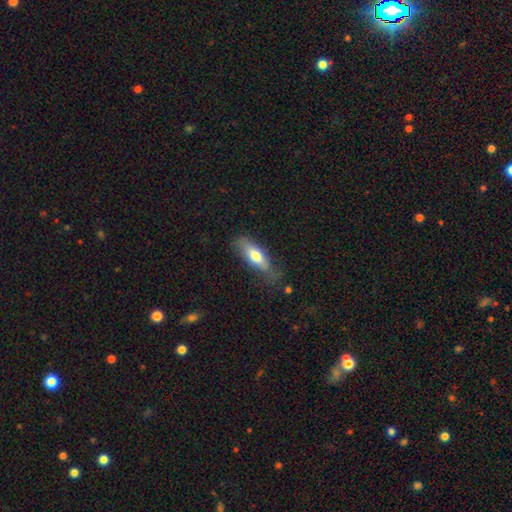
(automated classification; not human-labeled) This is likely a smooth galaxy (68%). How rounded: likely in between (64%). Merging: likely none (63%).